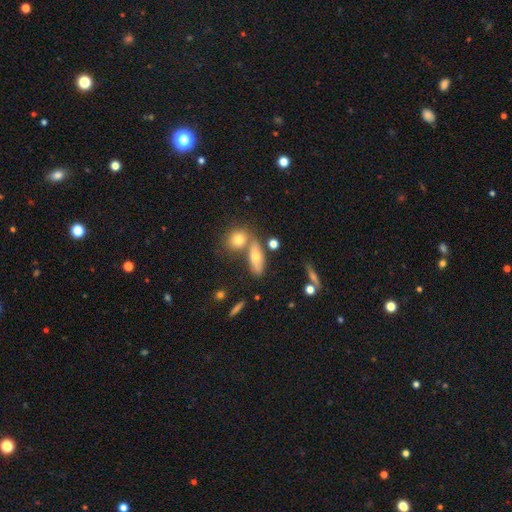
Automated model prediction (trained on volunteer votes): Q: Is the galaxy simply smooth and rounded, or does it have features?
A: smooth — 66%.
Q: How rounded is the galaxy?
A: in between — 68%.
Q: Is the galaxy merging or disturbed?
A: none — 55%.